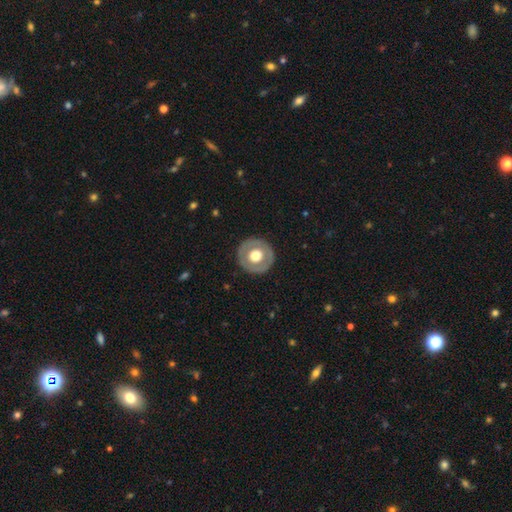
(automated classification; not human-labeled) Overall: smooth (52%; featured or disk 42%). How rounded: round (93%). Merging: none (88%).